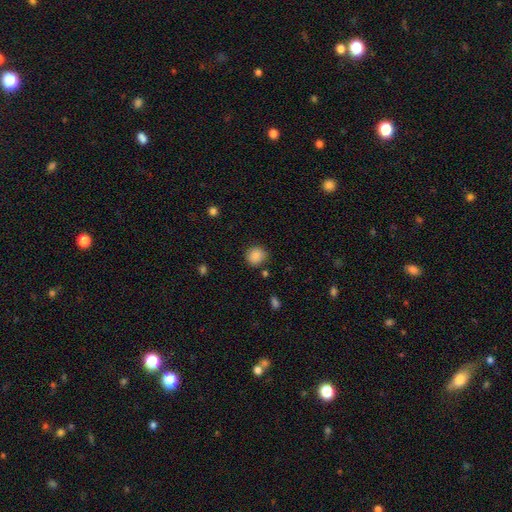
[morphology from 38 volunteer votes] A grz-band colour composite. It shows a smooth galaxy with no disk features (89%) that is round (65%). Merging: none (64%).